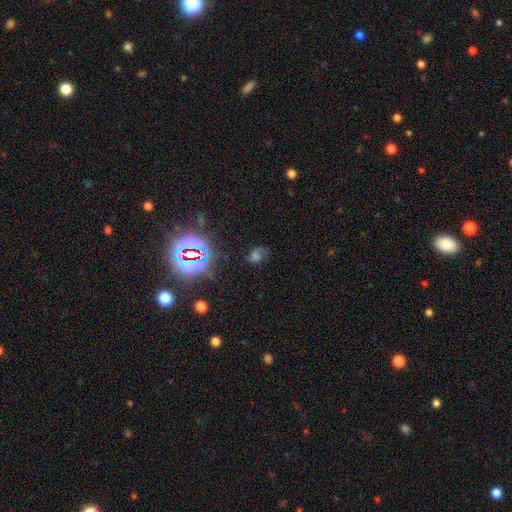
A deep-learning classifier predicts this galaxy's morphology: Q: Smooth or featured?
A: star or artifact (42%); runner-up: smooth (34%)